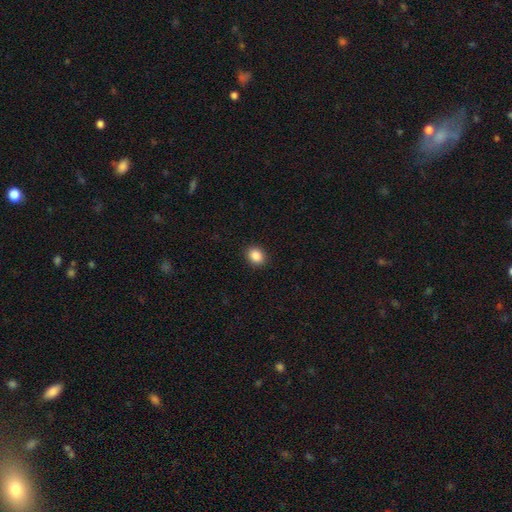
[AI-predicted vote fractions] Morphology: type=smooth (88%); roundness=round (52%); merging=none (91%).